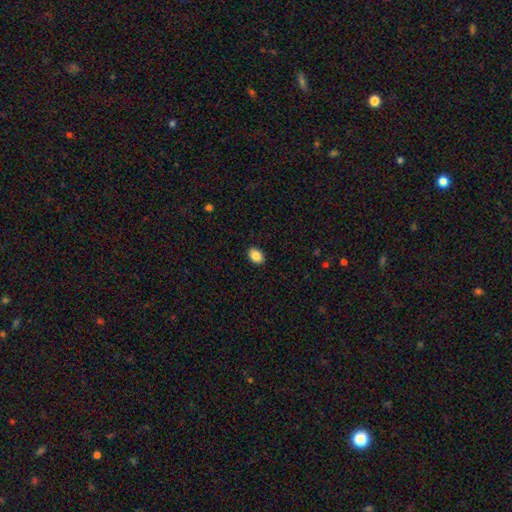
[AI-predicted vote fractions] Q: Smooth or featured?
A: smooth (87%); runner-up: star or artifact (8%)
Q: How rounded?
A: in between (82%); runner-up: round (17%)
Q: Merging?
A: none (90%); runner-up: minor disturbance (7%)